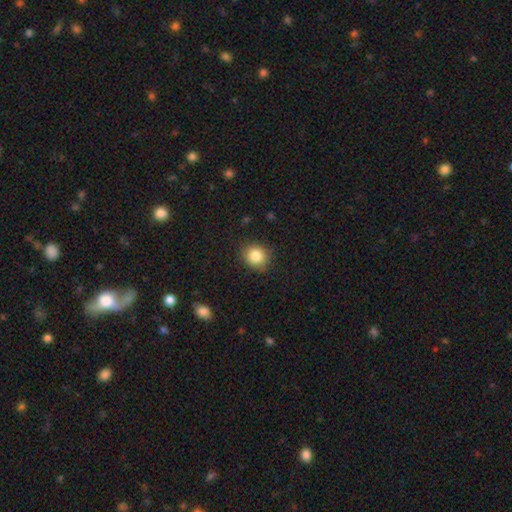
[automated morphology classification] A smooth galaxy with no disk features (85%) that is round (80%). Merging: none (85%).